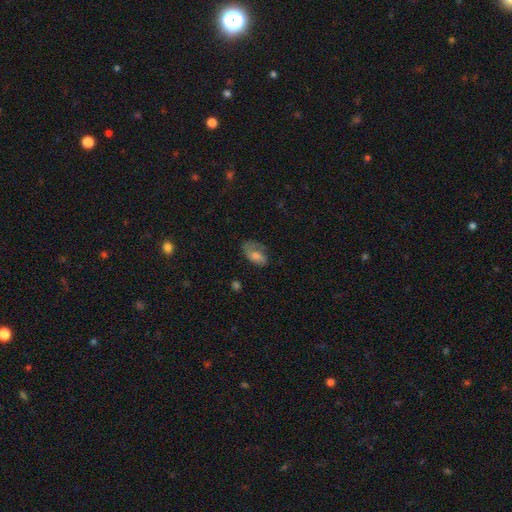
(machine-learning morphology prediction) The model was most divided on "smooth or featured": smooth: 50%, featured or disk: 39%, star or artifact: 10%. Remaining: how rounded — in between (89%); merging — none (47%).